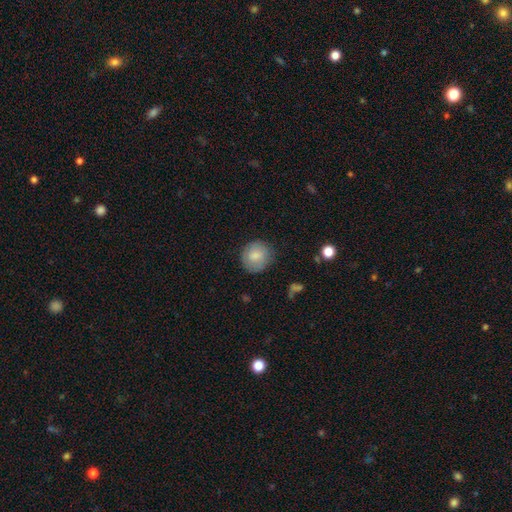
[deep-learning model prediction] A smooth galaxy with no disk features (79%) that is round (86%). Merging: none (81%).